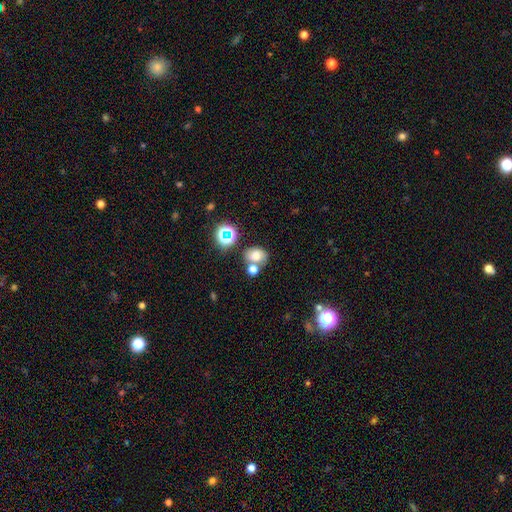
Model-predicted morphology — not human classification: A smooth galaxy with no disk features (66%) that is in between round and cigar-shaped (54%). Merging: none (51%).